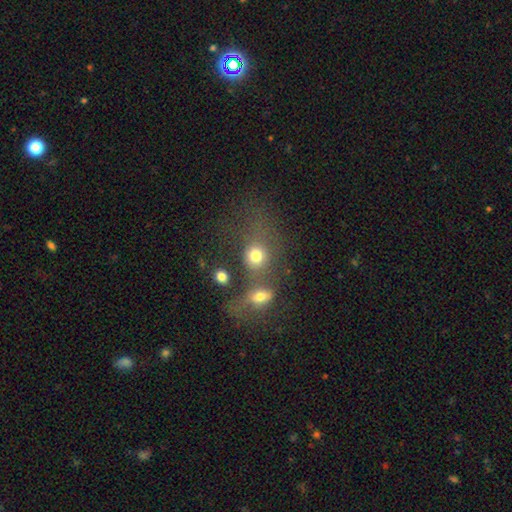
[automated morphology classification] The model was most divided on "merging" (2-way tie): merger: 38%, none: 38%, major disturbance: 12%, minor disturbance: 12%. More confident: smooth or featured — smooth (75%); how rounded — round (68%).